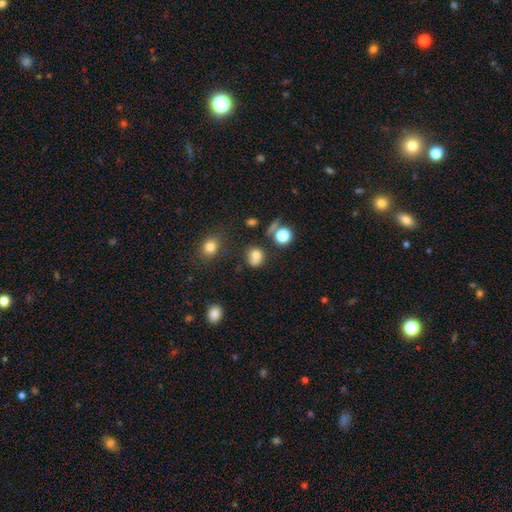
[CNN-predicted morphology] This appears to be a smooth galaxy with no disk features (72%) that is round (75%). Merging: none (54%).